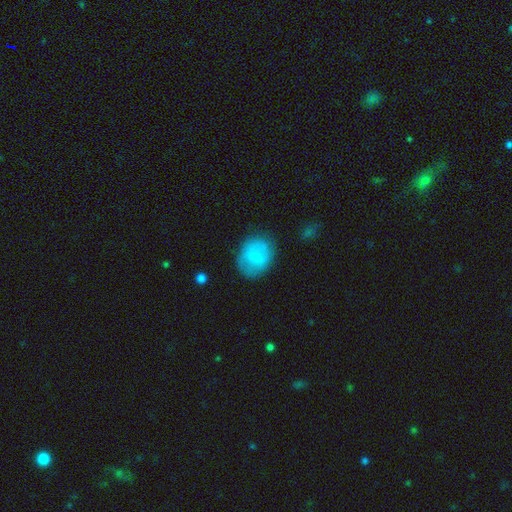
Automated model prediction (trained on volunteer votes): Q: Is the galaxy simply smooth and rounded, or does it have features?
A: smooth — 69%.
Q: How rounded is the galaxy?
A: in between — 54%.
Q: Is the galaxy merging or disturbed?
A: none — 74%.